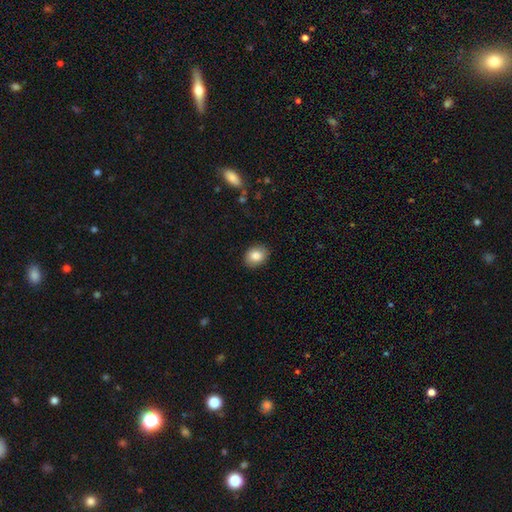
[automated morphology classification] A smooth galaxy with no disk features (84%) that is in between round and cigar-shaped (56%). Merging: none (89%).